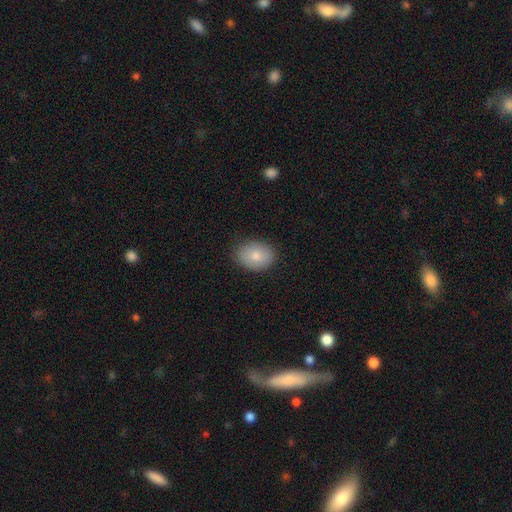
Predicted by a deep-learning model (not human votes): Smooth or featured? smooth (81%)
How rounded? in between (62%)
Merging? none (84%)